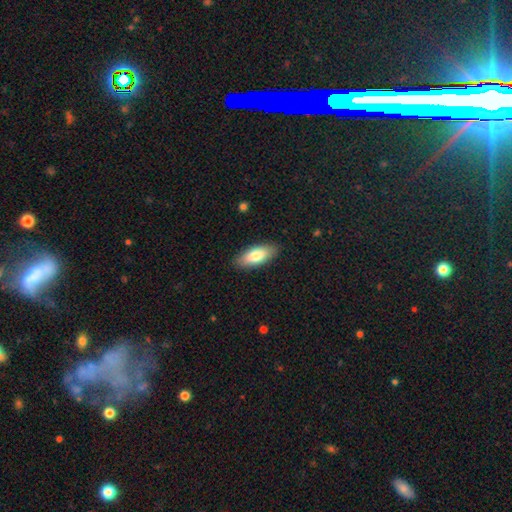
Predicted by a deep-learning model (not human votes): Smooth or featured? Predicted: smooth (p=0.78). How rounded? Predicted: in between (p=0.82). Merging? Predicted: none (p=0.88).